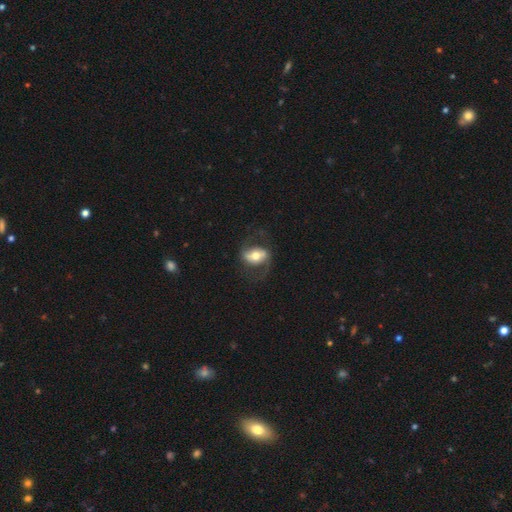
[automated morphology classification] Overall: featured or disk (67%). Edge-on disk: no (95%). Bar: no (35%, tied with strong). Spiral arms: yes (84%). Spiral arm count: 2 (90%). Spiral winding: loose (50%; medium 39%). Bulge size: moderate (67%). Merging: none (69%).